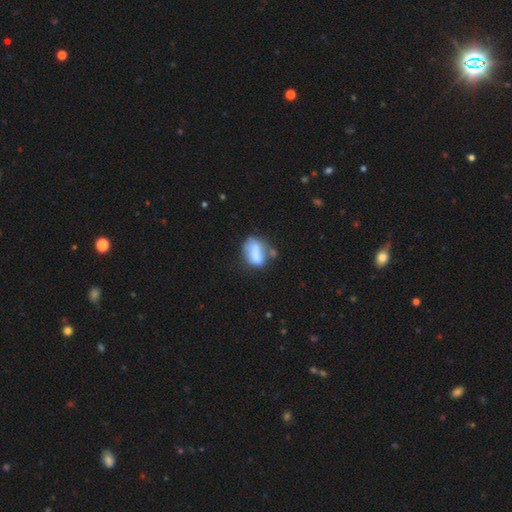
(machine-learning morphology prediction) type=smooth (67%); roundness=in between (79%); merging=none (33%).